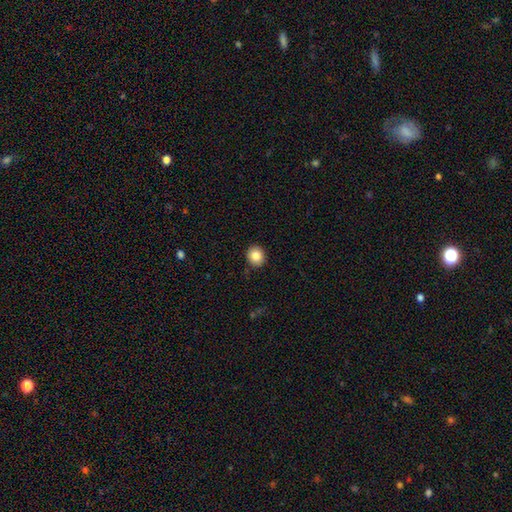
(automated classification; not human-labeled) Smooth or featured? Predicted: smooth (p=0.85). How rounded? Predicted: round (p=0.78). Merging? Predicted: none (p=0.91).